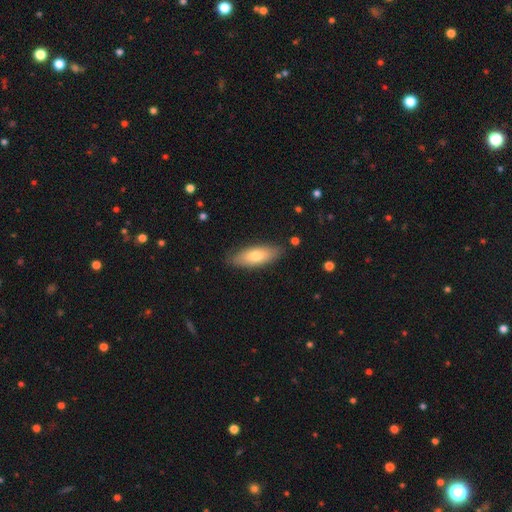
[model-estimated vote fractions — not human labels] smooth_or_featured: smooth (p=0.71) [alt: featured or disk p=0.23]
how_rounded: in between (p=0.72) [alt: cigar-shaped p=0.26]
merging: none (p=0.84) [alt: minor disturbance p=0.12]